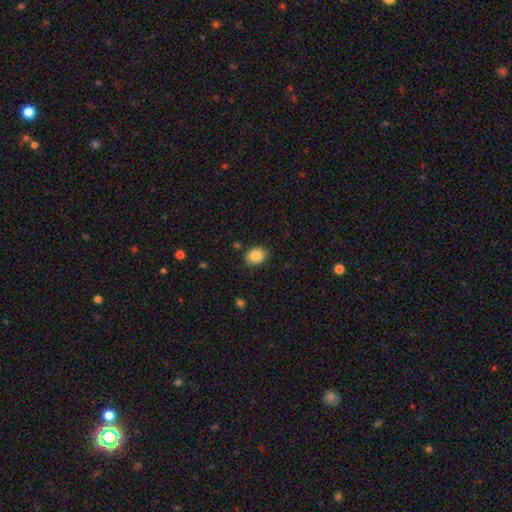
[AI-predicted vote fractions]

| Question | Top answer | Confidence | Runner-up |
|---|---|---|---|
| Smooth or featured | smooth | 86% | star or artifact (8%) |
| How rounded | in between | 67% | round (32%) |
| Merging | none | 85% | minor disturbance (10%) |